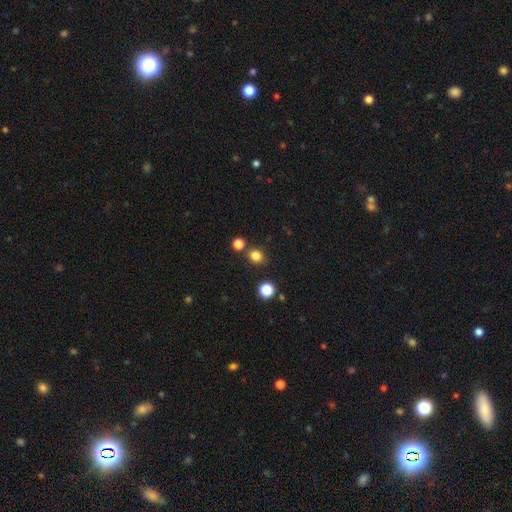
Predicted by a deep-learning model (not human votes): A smooth galaxy with no disk features (81%) that is round (69%).

Vote fractions:
- Smooth or featured? smooth: 81% / star or artifact: 15% / featured or disk: 5%
- How rounded? round: 69% / in between: 30% / cigar-shaped: 1%
- Merging? none: 80% / minor disturbance: 9% / merger: 8% / major disturbance: 3%